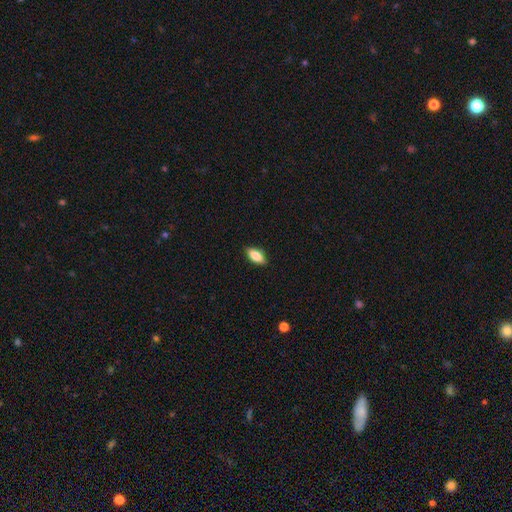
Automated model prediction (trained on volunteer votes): A smooth galaxy with no disk features (79%) that is in between round and cigar-shaped (84%).

Vote fractions:
- Smooth or featured? smooth: 79% / featured or disk: 14% / star or artifact: 7%
- How rounded? in between: 84% / cigar-shaped: 13% / round: 3%
- Merging? none: 87% / minor disturbance: 10% / major disturbance: 2% / merger: 1%